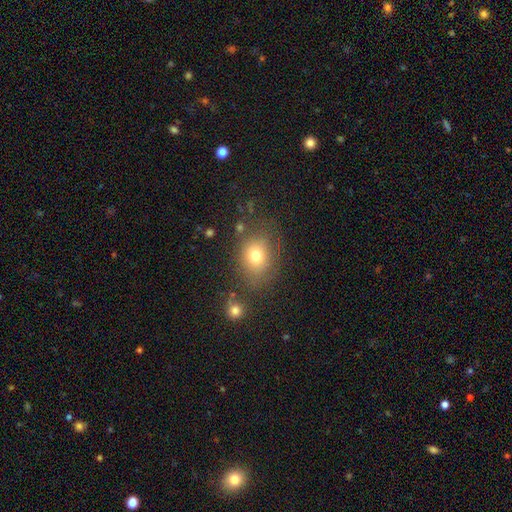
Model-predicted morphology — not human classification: The model was most divided on "how rounded": round: 50%, in between: 48%, cigar-shaped: 1%. More confident: smooth or featured — smooth (75%); merging — none (70%).